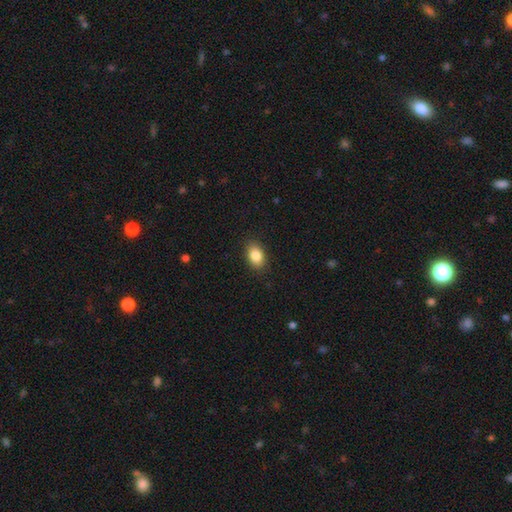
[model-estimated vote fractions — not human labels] smooth 85%, star or artifact 8%, featured or disk 6%. Down the decision tree: how rounded — in between (82%); merging — none (87%).